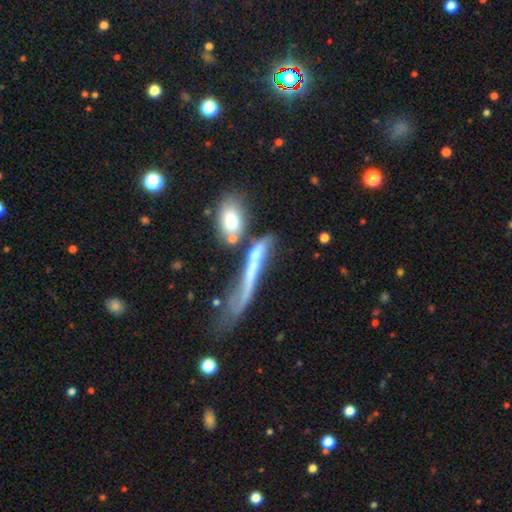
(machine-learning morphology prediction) Q: Smooth or featured?
A: featured or disk (46%); runner-up: smooth (44%)
Q: Merging?
A: merger (31%); runner-up: major disturbance (27%)